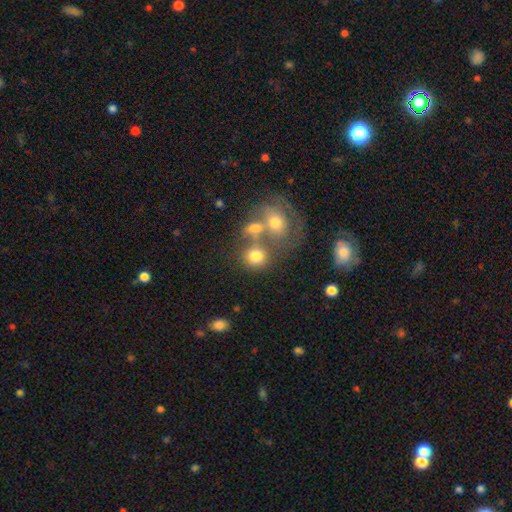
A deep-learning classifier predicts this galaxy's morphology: A smooth galaxy with no disk features (73%) that is round (77%). Merging: merger (42%).